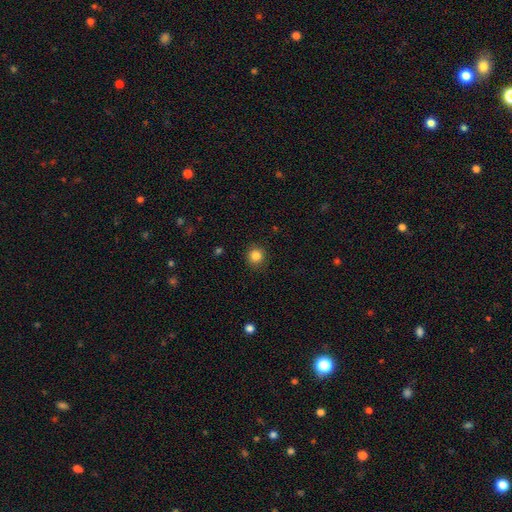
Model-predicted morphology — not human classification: Overall: smooth (85%). How rounded: round (92%). Merging: none (90%).